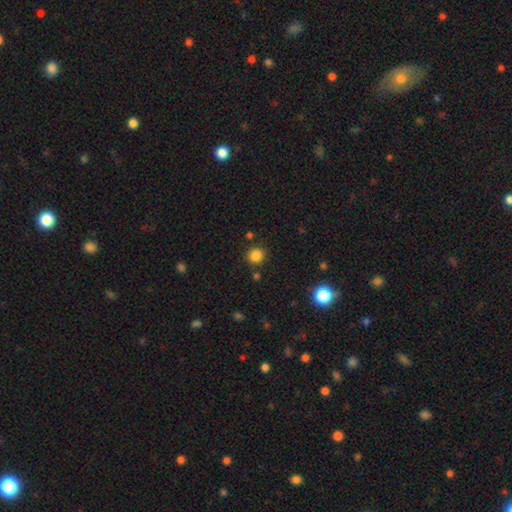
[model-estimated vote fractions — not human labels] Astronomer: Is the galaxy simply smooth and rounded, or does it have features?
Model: smooth — 83%.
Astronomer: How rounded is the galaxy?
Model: round — 90%.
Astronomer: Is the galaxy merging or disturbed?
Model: none — 85%.